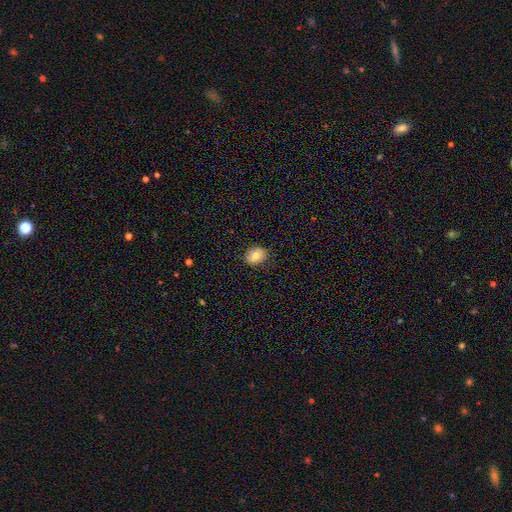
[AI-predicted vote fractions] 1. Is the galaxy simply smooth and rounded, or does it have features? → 77% smooth, 14% featured or disk, 9% star or artifact.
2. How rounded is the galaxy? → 55% round, 44% in between, 1% cigar-shaped.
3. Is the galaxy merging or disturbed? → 86% none, 10% minor disturbance, 2% major disturbance, 1% merger.